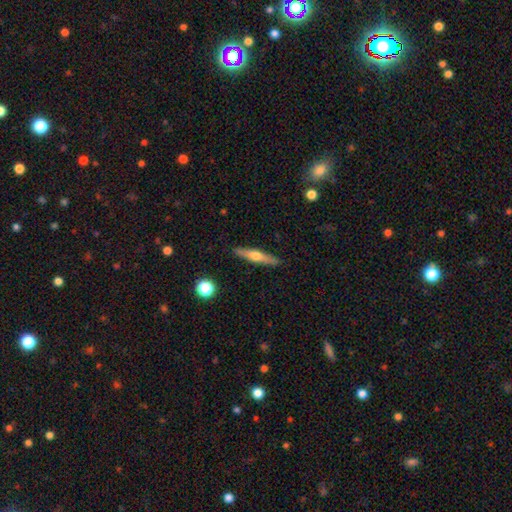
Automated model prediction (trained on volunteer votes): Morphology: type=featured or disk (59%); edge-on=yes (96%); edge-on bulge=rounded (92%); merging=none (90%).